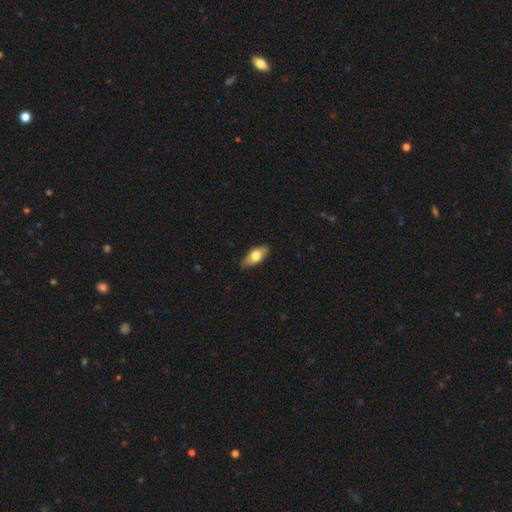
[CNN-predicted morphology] Q: Smooth or featured?
A: smooth (71%); runner-up: featured or disk (23%)
Q: How rounded?
A: in between (85%); runner-up: cigar-shaped (12%)
Q: Merging?
A: none (83%); runner-up: minor disturbance (13%)